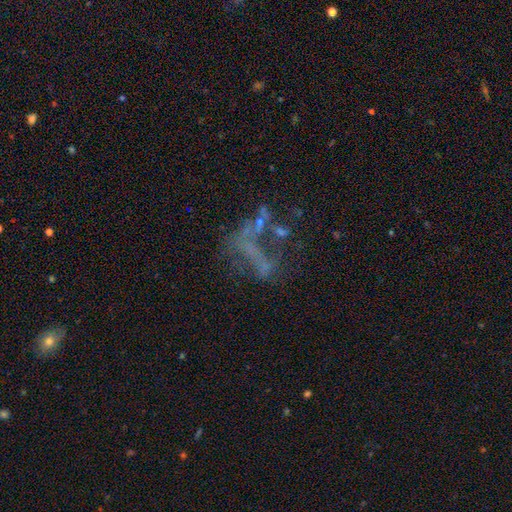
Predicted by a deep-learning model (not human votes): A featured or disk galaxy (50%).

Vote fractions:
- Smooth or featured? featured or disk: 50% / star or artifact: 32% / smooth: 19%
- Merging? none: 37% / major disturbance: 34% / merger: 16% / minor disturbance: 13%